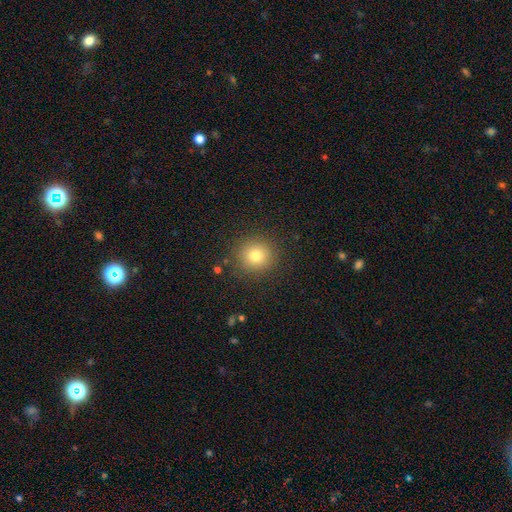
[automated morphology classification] This is likely a smooth galaxy (78%). How rounded: clearly round (92%). Merging: clearly none (89%).